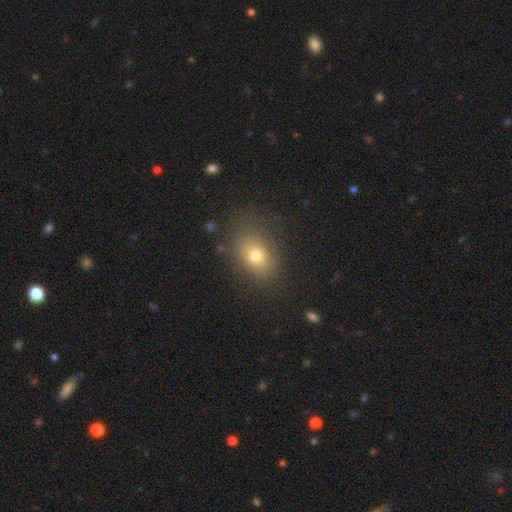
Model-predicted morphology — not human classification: Smooth or featured? smooth (74%)
How rounded? in between (65%)
Merging? none (79%)